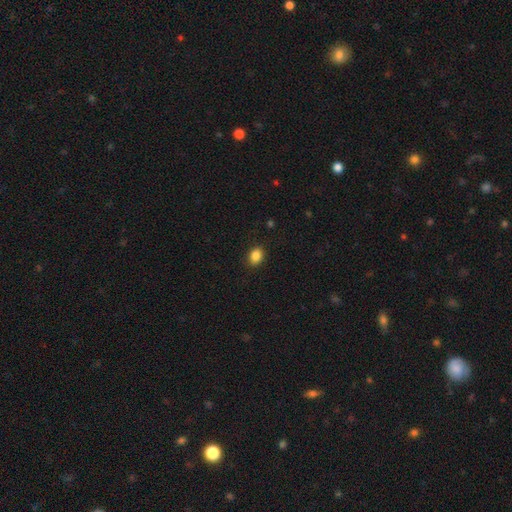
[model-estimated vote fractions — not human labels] The model was most divided on "how rounded": in between: 62%, round: 37%, cigar-shaped: 1%. More confident: merging — none (88%); smooth or featured — smooth (87%).